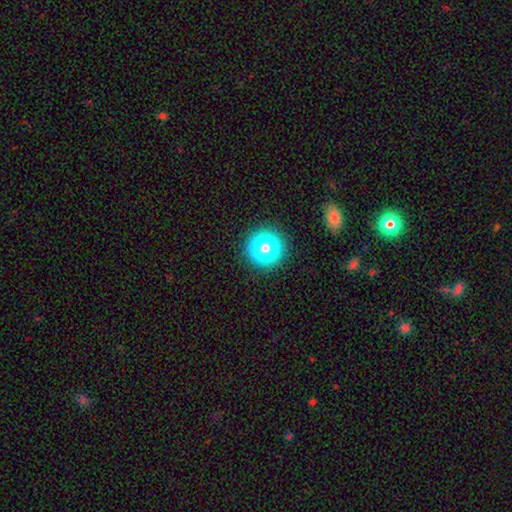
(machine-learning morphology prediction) Overall: smooth (69%). How rounded: round (94%). Merging: none (92%).